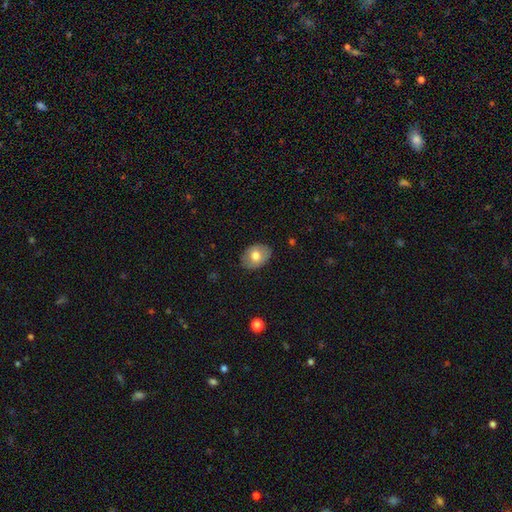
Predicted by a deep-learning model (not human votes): Q: Smooth or featured?
A: smooth (70%); runner-up: featured or disk (23%)
Q: How rounded?
A: in between (73%); runner-up: round (26%)
Q: Merging?
A: none (84%); runner-up: minor disturbance (13%)